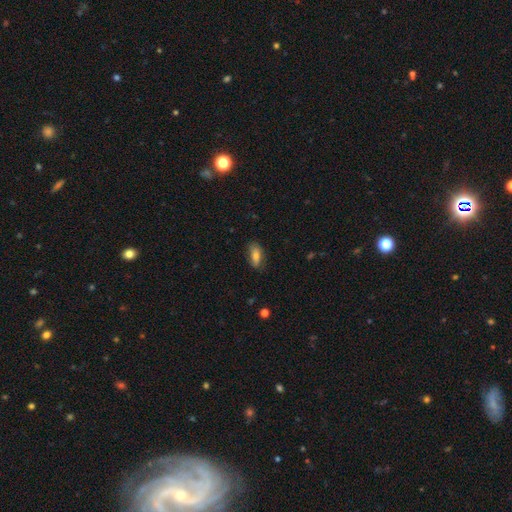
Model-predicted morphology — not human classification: type=smooth (74%); roundness=in between (80%); merging=none (73%).